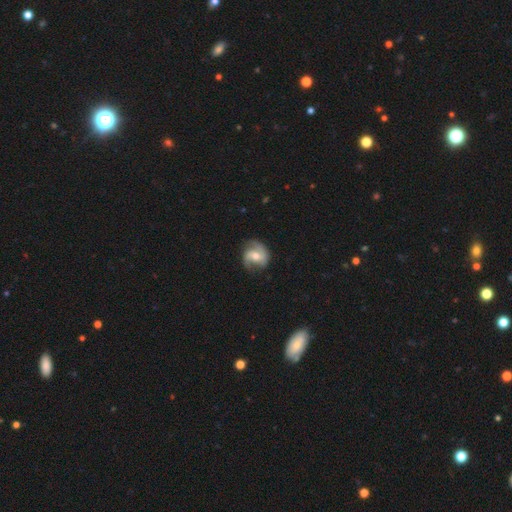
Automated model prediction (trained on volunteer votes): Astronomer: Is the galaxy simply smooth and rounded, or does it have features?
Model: featured or disk — 78%.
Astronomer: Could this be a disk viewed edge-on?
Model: no — 97%.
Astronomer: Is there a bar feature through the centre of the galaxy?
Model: weak — 42% (runner-up: no, 41%).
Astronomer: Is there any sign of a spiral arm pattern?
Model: yes — 94%.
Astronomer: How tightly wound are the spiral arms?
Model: medium — 47% (runner-up: loose, 30%).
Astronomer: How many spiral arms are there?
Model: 2 — 82%.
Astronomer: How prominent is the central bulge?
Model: moderate — 62%.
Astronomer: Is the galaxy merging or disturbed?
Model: none — 70%.